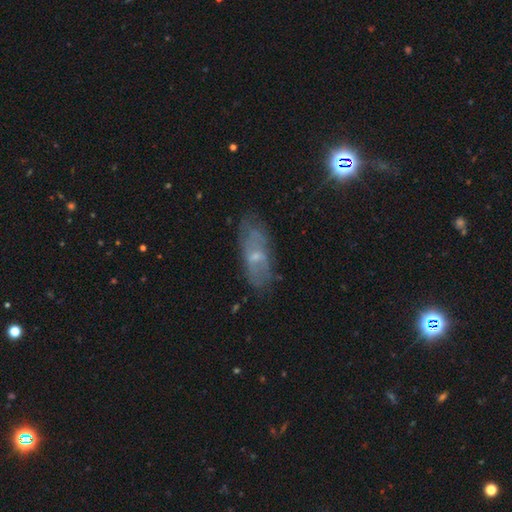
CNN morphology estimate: Smooth or featured? Predicted: featured or disk (p=0.52). Edge-on disk? Predicted: no (p=0.83). Merging? Predicted: none (p=0.69).